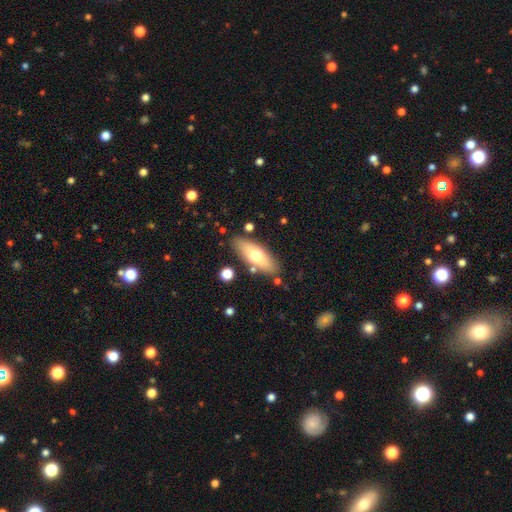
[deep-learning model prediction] This is likely a smooth galaxy (61%). How rounded: likely in between (65%). Merging: clearly none (83%).